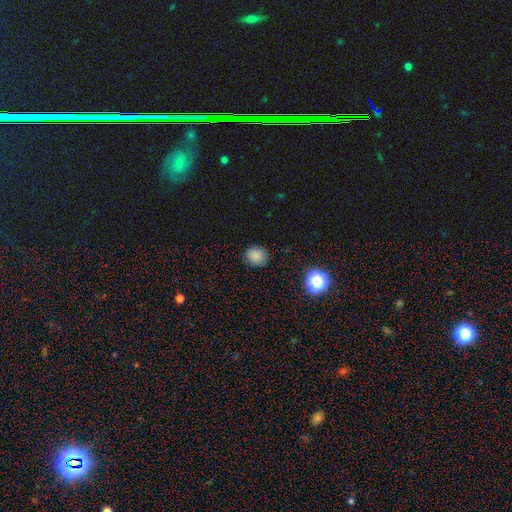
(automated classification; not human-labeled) smooth 80%, star or artifact 15%, featured or disk 5%. Down the decision tree: how rounded — round (83%); merging — none (86%).